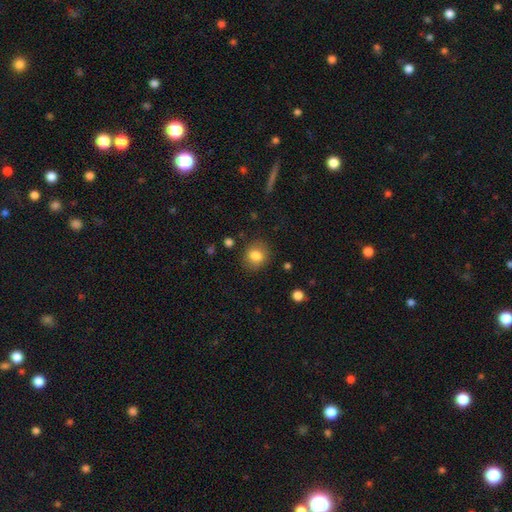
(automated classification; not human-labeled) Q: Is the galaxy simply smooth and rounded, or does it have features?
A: smooth — 82%.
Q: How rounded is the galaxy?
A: round — 71%.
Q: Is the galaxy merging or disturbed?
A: none — 82%.